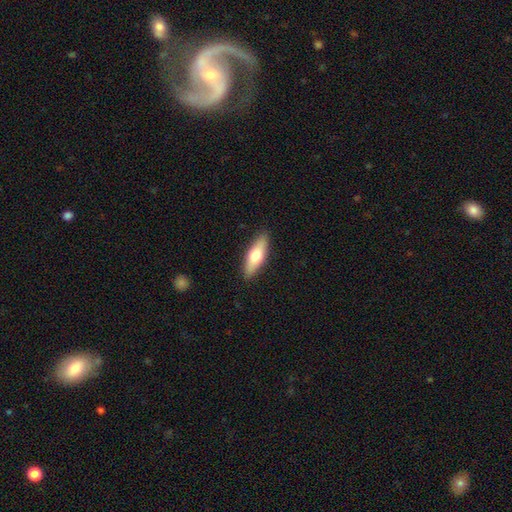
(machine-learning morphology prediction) A smooth galaxy with no disk features (61%) that is in between round and cigar-shaped (54%). Merging: none (89%).